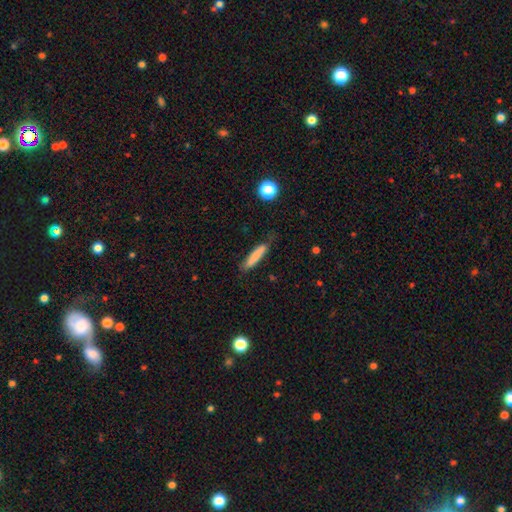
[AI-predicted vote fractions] smooth 80%, featured or disk 14%, star or artifact 7%. Down the decision tree: how rounded — cigar-shaped (87%); merging — none (74%).